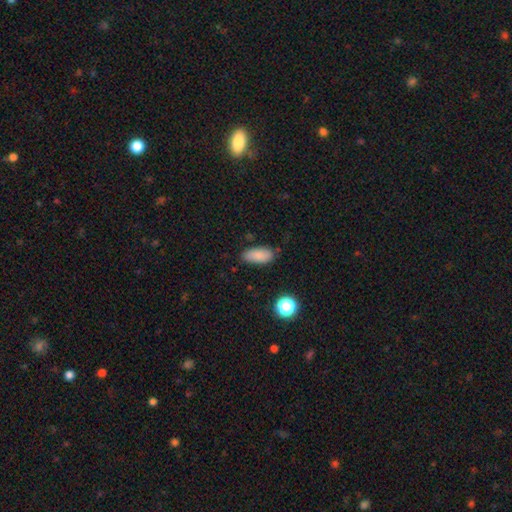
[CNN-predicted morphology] smooth_or_featured: smooth (p=0.85) [alt: star or artifact p=0.09]
how_rounded: in between (p=0.86) [alt: cigar-shaped p=0.10]
merging: none (p=0.80) [alt: minor disturbance p=0.15]